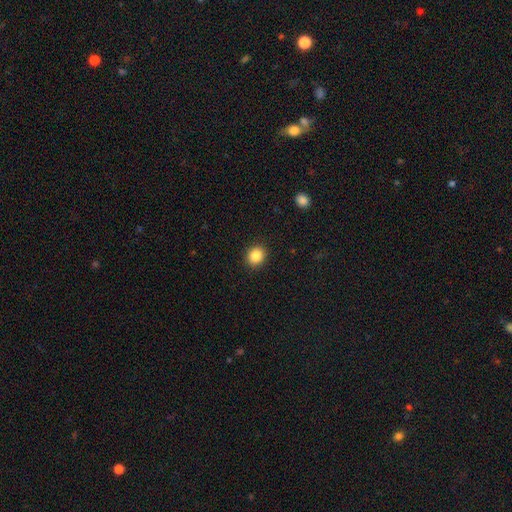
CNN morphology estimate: Smooth or featured?
  - smooth: 86% *
  - star or artifact: 9%
  - featured or disk: 4%
How rounded?
  - round: 78% *
  - in between: 21%
  - cigar-shaped: 1%
Merging?
  - none: 91% *
  - minor disturbance: 6%
  - major disturbance: 2%
  - merger: 1%